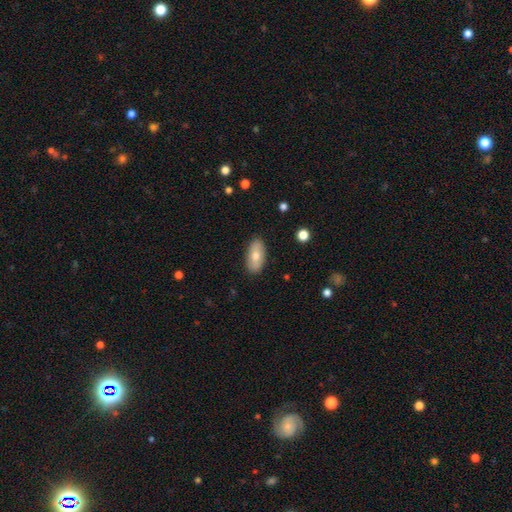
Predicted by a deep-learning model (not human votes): smooth 74%, featured or disk 20%, star or artifact 6%. Down the decision tree: how rounded — in between (90%); merging — none (87%).